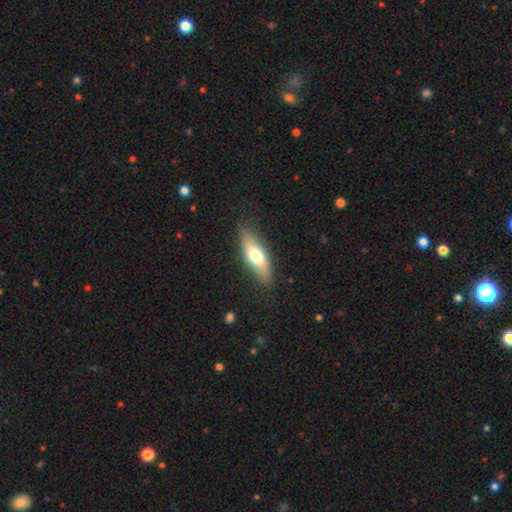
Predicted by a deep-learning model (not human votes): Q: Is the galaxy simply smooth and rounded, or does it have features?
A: smooth — 57%.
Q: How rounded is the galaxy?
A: in between — 51%.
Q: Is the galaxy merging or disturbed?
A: none — 84%.